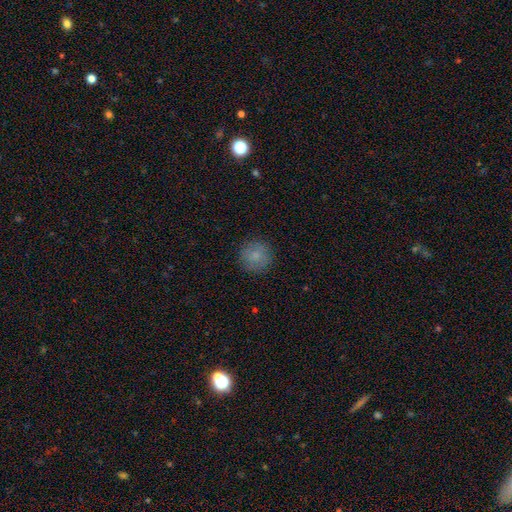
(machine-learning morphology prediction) A smooth galaxy with no disk features (84%) that is round (95%). Merging: none (89%).